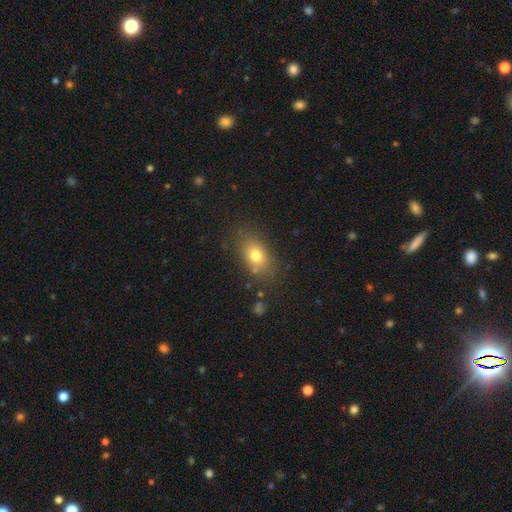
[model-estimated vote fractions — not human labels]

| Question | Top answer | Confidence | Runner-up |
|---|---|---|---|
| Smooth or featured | smooth | 75% | featured or disk (13%) |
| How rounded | in between | 75% | round (22%) |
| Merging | none | 78% | minor disturbance (14%) |